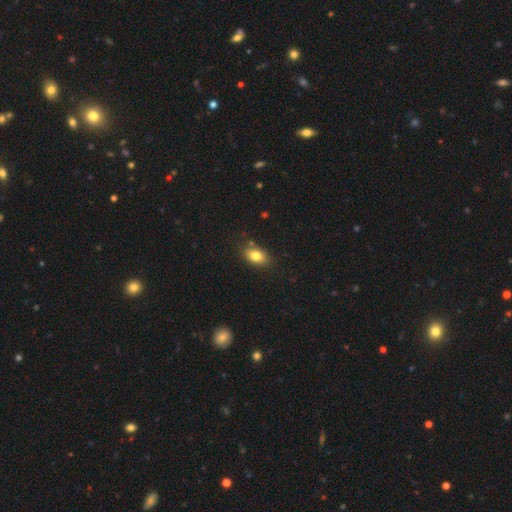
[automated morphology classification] Overall: smooth (81%). How rounded: in between (83%). Merging: none (79%).